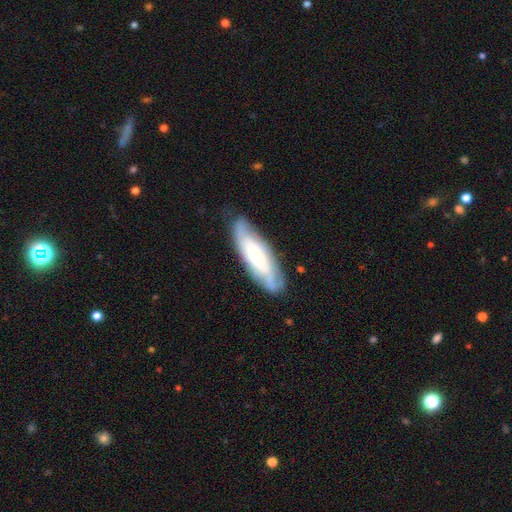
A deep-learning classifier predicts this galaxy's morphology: Smooth or featured?
  - featured or disk: 57% *
  - smooth: 37%
  - star or artifact: 6%
Edge-on disk?
  - no: 76% *
  - yes: 24%
Merging?
  - none: 74% *
  - minor disturbance: 19%
  - major disturbance: 5%
  - merger: 2%